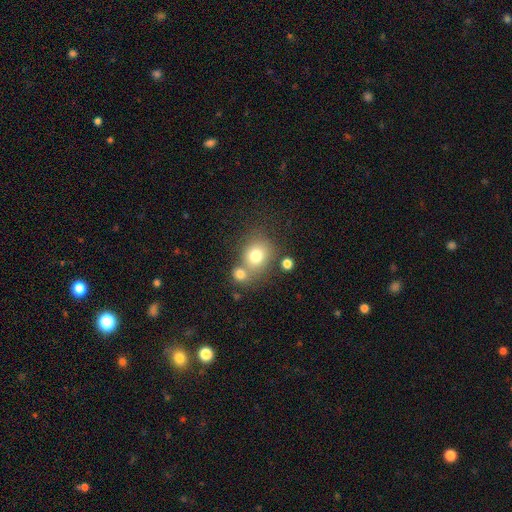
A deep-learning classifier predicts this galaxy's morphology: A smooth galaxy with no disk features (75%) that is round (73%).

Vote fractions:
- Smooth or featured? smooth: 75% / star or artifact: 12% / featured or disk: 12%
- How rounded? round: 73% / in between: 26% / cigar-shaped: 1%
- Merging? none: 51% / merger: 34% / minor disturbance: 10% / major disturbance: 4%